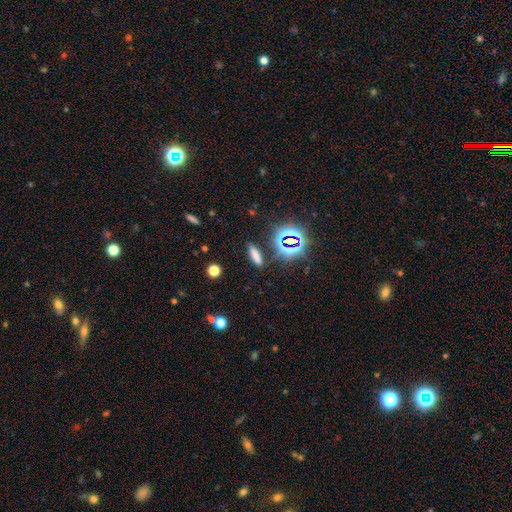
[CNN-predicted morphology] This is likely a smooth galaxy (67%). How rounded: likely cigar-shaped (64%). Merging: clearly none (84%).